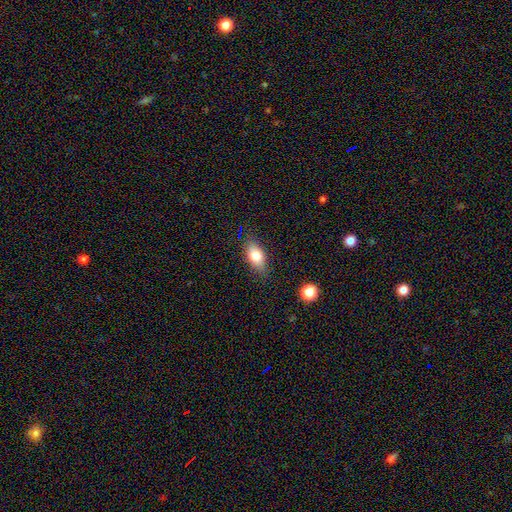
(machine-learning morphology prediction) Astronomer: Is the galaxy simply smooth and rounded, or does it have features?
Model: smooth — 76%.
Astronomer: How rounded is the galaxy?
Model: in between — 85%.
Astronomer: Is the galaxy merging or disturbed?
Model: none — 81%.